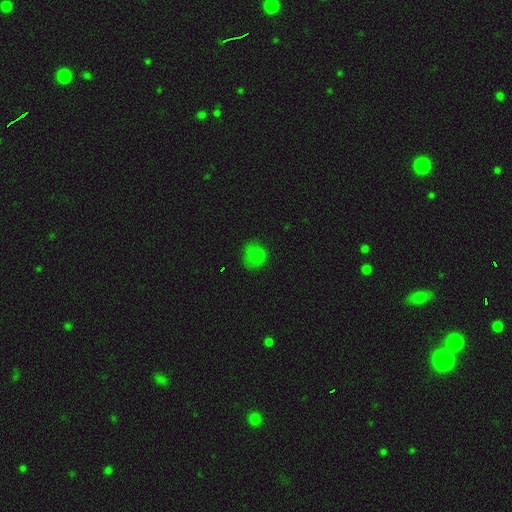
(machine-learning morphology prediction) Smooth or featured?
  - smooth: 77% *
  - star or artifact: 17%
  - featured or disk: 7%
How rounded?
  - round: 83% *
  - in between: 16%
  - cigar-shaped: 1%
Merging?
  - none: 75% *
  - minor disturbance: 18%
  - major disturbance: 5%
  - merger: 1%